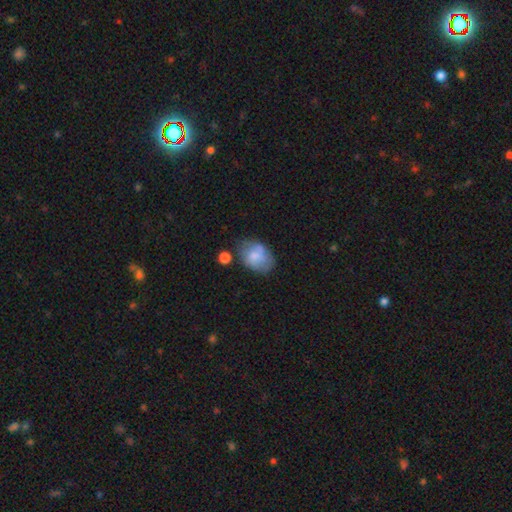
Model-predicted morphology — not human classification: Smooth or featured?
  - smooth: 67% *
  - featured or disk: 25%
  - star or artifact: 8%
How rounded?
  - in between: 73% *
  - round: 26%
  - cigar-shaped: 1%
Merging?
  - none: 51% *
  - minor disturbance: 28%
  - major disturbance: 12%
  - merger: 9%